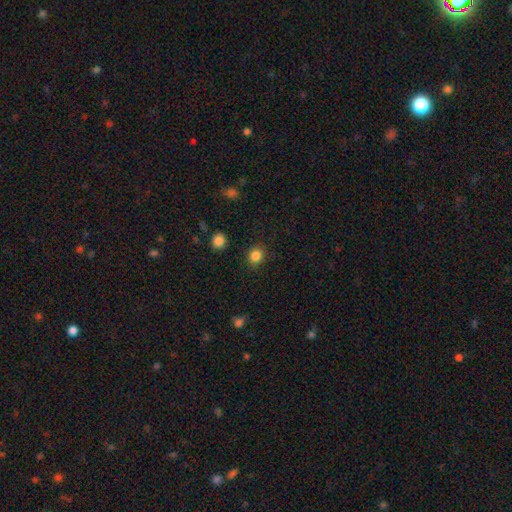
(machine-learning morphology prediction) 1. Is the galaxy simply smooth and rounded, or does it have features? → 84% smooth, 12% star or artifact, 4% featured or disk.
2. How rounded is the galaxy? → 78% round, 21% in between, 1% cigar-shaped.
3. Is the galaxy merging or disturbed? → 87% none, 9% minor disturbance, 3% major disturbance, 2% merger.